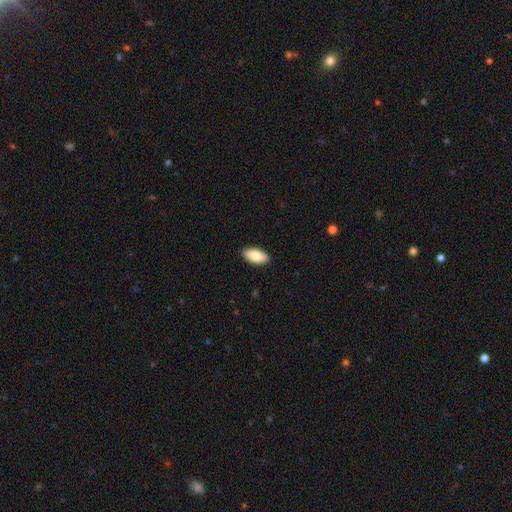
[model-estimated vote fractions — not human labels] This appears to be a smooth galaxy with no disk features (82%) that is in between round and cigar-shaped (91%). Merging: none (90%).